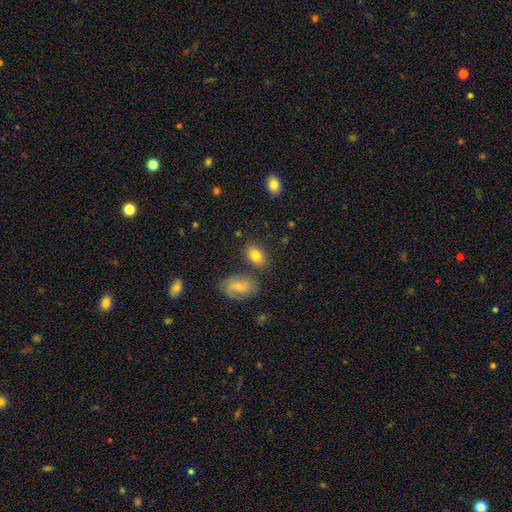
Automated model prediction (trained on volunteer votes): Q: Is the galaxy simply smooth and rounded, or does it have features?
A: smooth — 78%.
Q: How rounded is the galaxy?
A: in between — 82%.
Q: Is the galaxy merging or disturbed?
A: none — 76%.